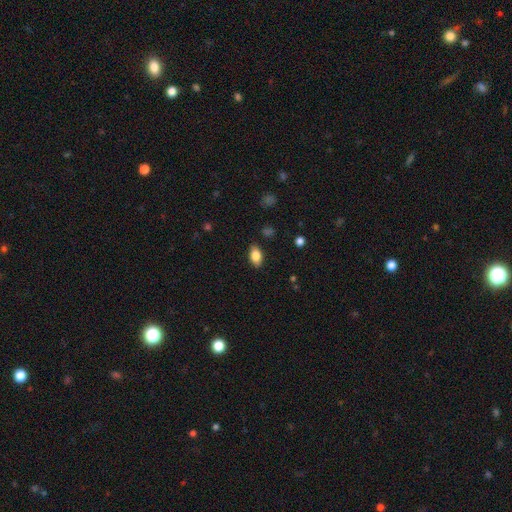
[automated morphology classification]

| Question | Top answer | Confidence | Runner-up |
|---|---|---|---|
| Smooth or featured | smooth | 81% | featured or disk (11%) |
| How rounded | in between | 89% | round (7%) |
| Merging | none | 86% | minor disturbance (11%) |